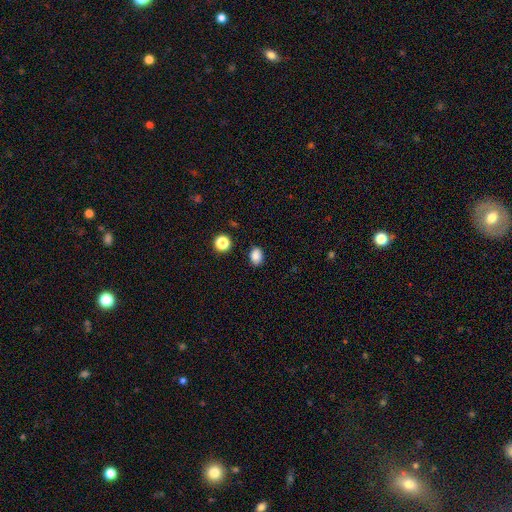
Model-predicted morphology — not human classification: A smooth galaxy with no disk features (86%) that is in between round and cigar-shaped (67%).

Vote fractions:
- Smooth or featured? smooth: 86% / star or artifact: 10% / featured or disk: 4%
- How rounded? in between: 67% / round: 32% / cigar-shaped: 1%
- Merging? none: 85% / minor disturbance: 10% / major disturbance: 2% / merger: 2%